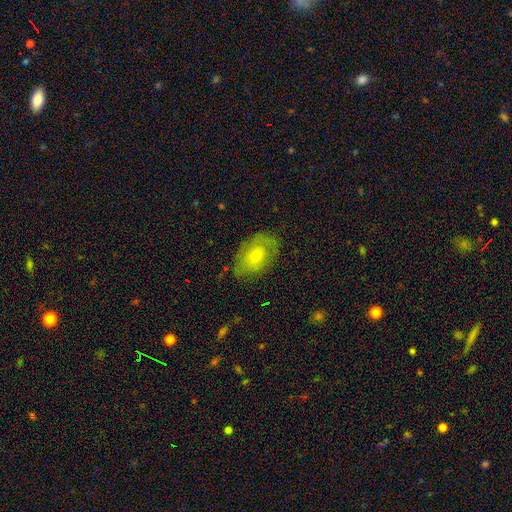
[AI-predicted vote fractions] Morphology: type=smooth (52%); roundness=in between (80%); merging=none (72%).